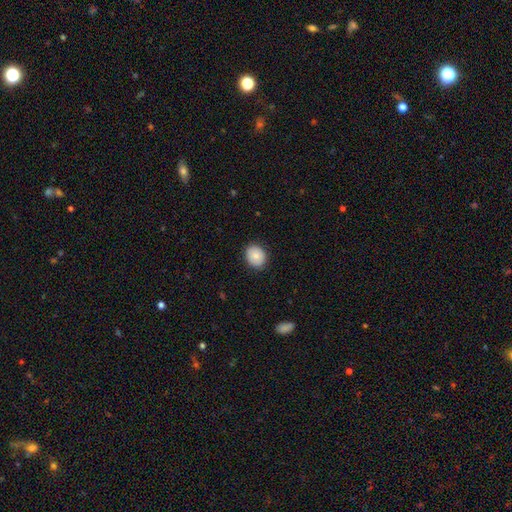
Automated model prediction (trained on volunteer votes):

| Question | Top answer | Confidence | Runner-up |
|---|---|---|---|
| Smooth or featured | smooth | 80% | featured or disk (12%) |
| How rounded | round | 62% | in between (37%) |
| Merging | none | 87% | minor disturbance (10%) |